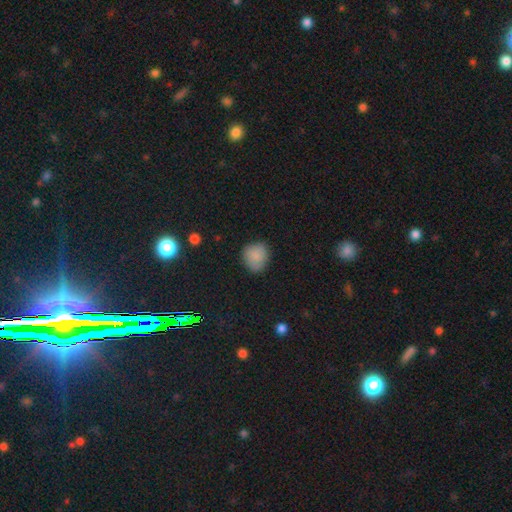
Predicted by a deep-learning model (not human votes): A smooth galaxy with no disk features (83%) that is round (79%). Merging: none (78%).